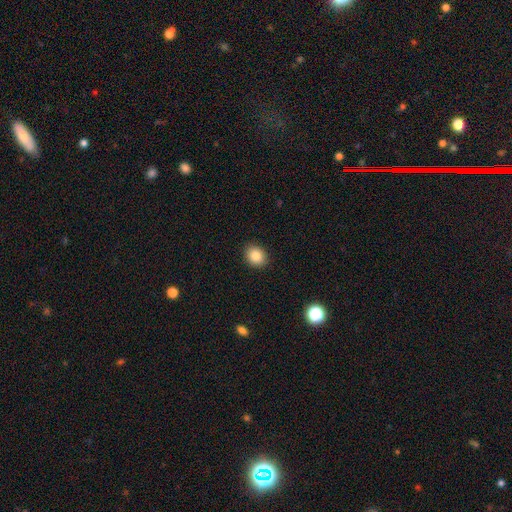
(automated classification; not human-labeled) This is clearly a smooth galaxy (84%). How rounded: likely round (61%). Merging: clearly none (90%).